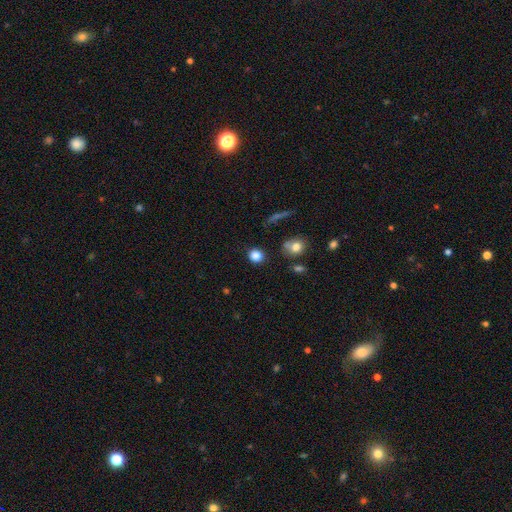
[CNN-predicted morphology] A smooth galaxy with no disk features (84%) that is round (81%). Merging: none (86%).